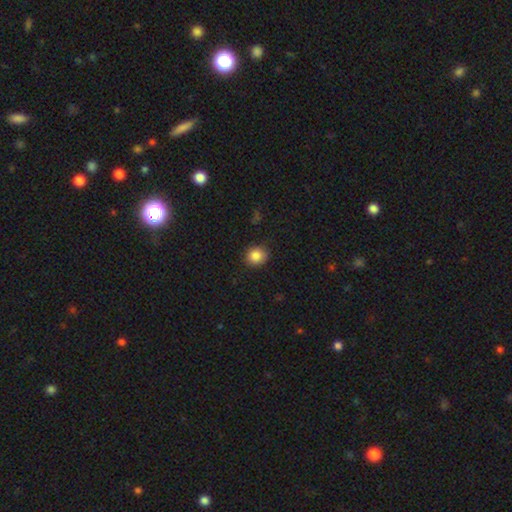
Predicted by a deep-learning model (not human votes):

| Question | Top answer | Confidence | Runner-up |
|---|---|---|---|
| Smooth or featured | smooth | 85% | star or artifact (10%) |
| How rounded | round | 79% | in between (21%) |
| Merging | none | 86% | minor disturbance (10%) |